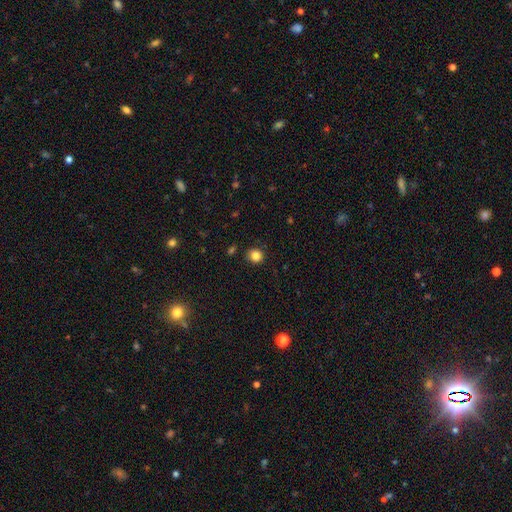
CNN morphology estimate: A smooth galaxy with no disk features (84%) that is round (88%).

Vote fractions:
- Smooth or featured? smooth: 84% / star or artifact: 12% / featured or disk: 5%
- How rounded? round: 88% / in between: 11% / cigar-shaped: 1%
- Merging? none: 87% / minor disturbance: 9% / major disturbance: 2% / merger: 2%